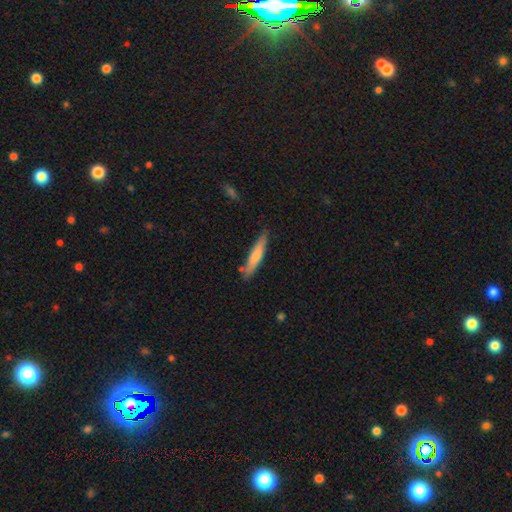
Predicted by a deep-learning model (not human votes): Overall: smooth (69%). How rounded: cigar-shaped (88%). Merging: none (80%).